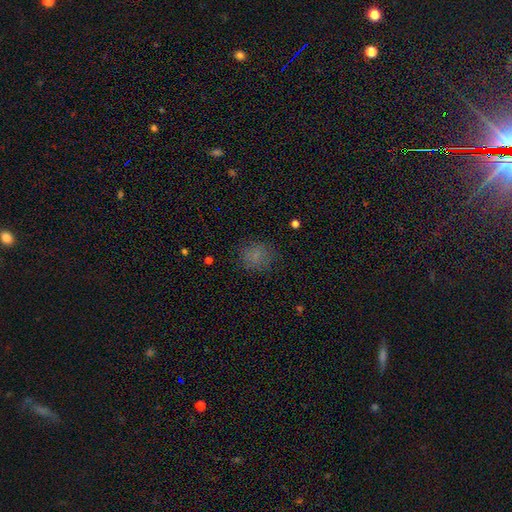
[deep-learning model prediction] A smooth galaxy with no disk features (74%) that is round (71%). Merging: none (78%).